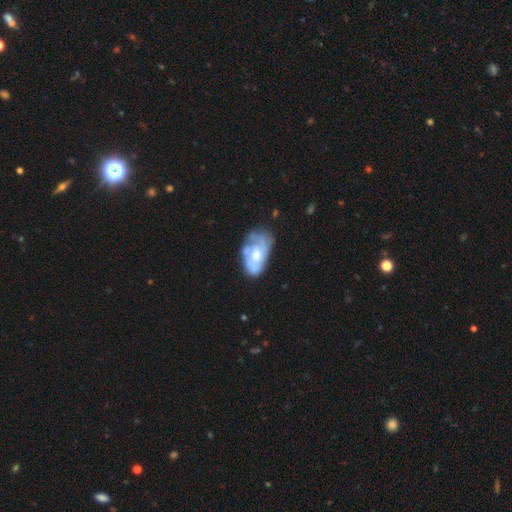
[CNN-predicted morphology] A featured or disk galaxy (62%) with no bar (76%), spiral arms (64%) and a moderate central bulge (57%). Merging: none (47%).